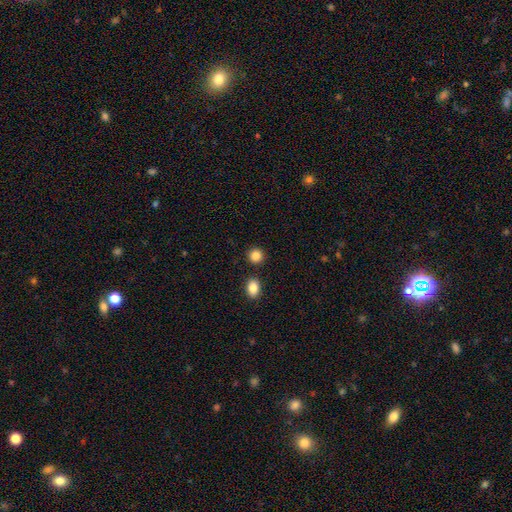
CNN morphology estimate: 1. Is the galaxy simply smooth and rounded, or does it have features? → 86% smooth, 10% star or artifact, 4% featured or disk.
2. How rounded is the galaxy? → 86% round, 13% in between, 1% cigar-shaped.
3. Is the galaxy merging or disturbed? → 85% none, 7% merger, 6% minor disturbance, 2% major disturbance.